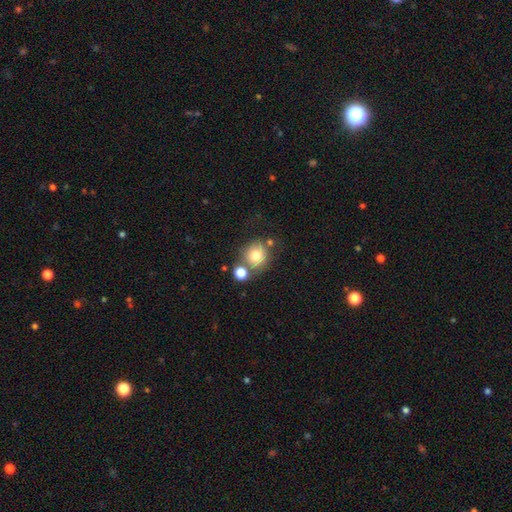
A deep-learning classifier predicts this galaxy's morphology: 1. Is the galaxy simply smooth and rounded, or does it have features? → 78% smooth, 11% featured or disk, 11% star or artifact.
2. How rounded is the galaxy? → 87% round, 12% in between, 1% cigar-shaped.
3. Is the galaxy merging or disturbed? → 63% none, 21% merger, 12% minor disturbance, 5% major disturbance.